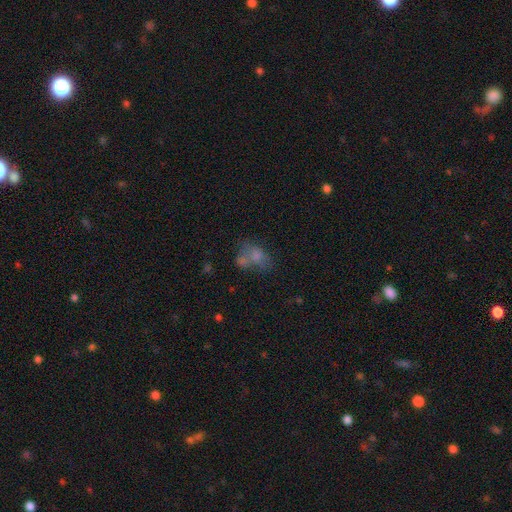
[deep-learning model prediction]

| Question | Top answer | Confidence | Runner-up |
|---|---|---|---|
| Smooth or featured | smooth | 66% | featured or disk (21%) |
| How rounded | in between | 73% | round (25%) |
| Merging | merger | 48% | none (27%) |